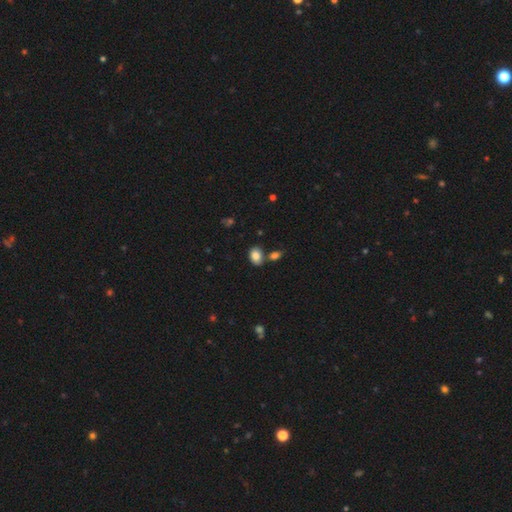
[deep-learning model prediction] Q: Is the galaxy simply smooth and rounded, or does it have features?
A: smooth — 84%.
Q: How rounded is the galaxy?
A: in between — 82%.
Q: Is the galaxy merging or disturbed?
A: none — 70%.